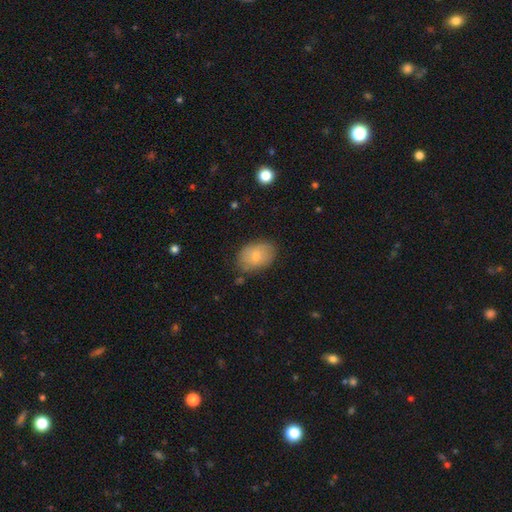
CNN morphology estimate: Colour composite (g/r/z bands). It shows a smooth galaxy with no disk features (80%) that is in between round and cigar-shaped (81%). Merging: none (76%).